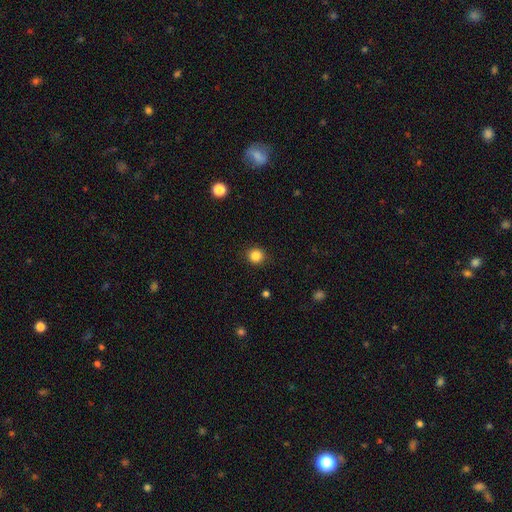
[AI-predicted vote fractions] Smooth or featured?
  - smooth: 85% *
  - star or artifact: 11%
  - featured or disk: 4%
How rounded?
  - round: 90% *
  - in between: 9%
  - cigar-shaped: 1%
Merging?
  - none: 90% *
  - minor disturbance: 7%
  - major disturbance: 2%
  - merger: 1%